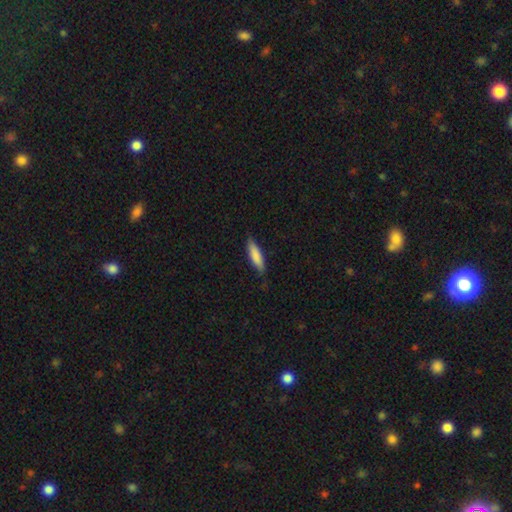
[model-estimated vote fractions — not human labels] smooth-or-featured: smooth: 83% | featured or disk: 11% | star or artifact: 5%
  how-rounded: cigar-shaped: 65% | in between: 33% | round: 1%
  merging: none: 80% | minor disturbance: 16% | major disturbance: 2% | merger: 1%